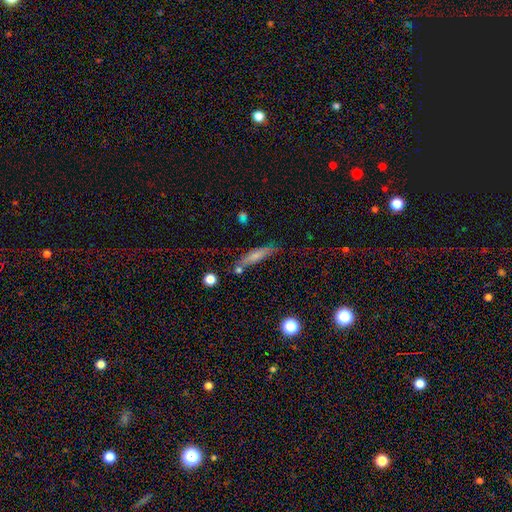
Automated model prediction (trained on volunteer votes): The model was most divided on "smooth or featured": smooth: 64%, featured or disk: 26%, star or artifact: 10%. More confident: how rounded — cigar-shaped (77%); merging — none (66%).